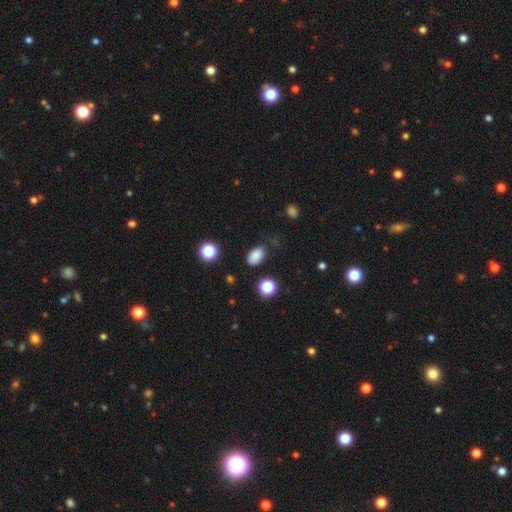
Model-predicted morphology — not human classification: A smooth galaxy with no disk features (84%) that is in between round and cigar-shaped (88%).

Vote fractions:
- Smooth or featured? smooth: 84% / star or artifact: 12% / featured or disk: 5%
- How rounded? in between: 88% / round: 11% / cigar-shaped: 2%
- Merging? none: 78% / minor disturbance: 15% / major disturbance: 4% / merger: 2%